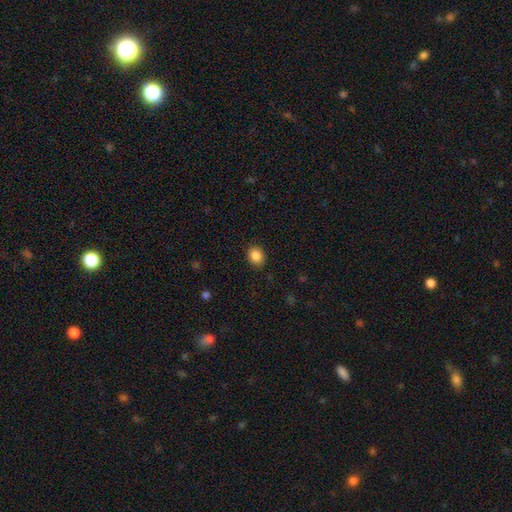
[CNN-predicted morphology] The model was most divided on "how rounded": round: 56%, in between: 43%, cigar-shaped: 1%. More confident: merging — none (88%); smooth or featured — smooth (87%).